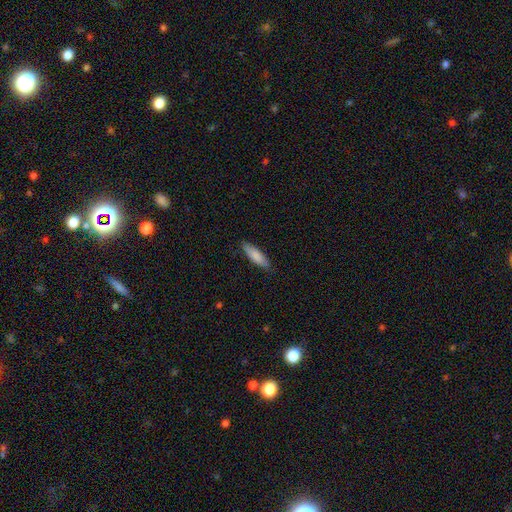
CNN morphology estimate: smooth 84%, featured or disk 10%, star or artifact 6%. Down the decision tree: how rounded — cigar-shaped (60%); merging — none (85%).